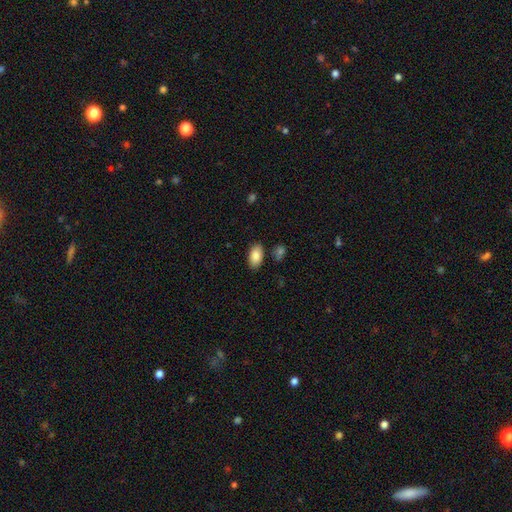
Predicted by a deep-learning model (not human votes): smooth-or-featured: smooth: 85% | featured or disk: 8% | star or artifact: 7%
  how-rounded: in between: 94% | round: 4% | cigar-shaped: 2%
  merging: none: 84% | minor disturbance: 10% | merger: 4% | major disturbance: 2%